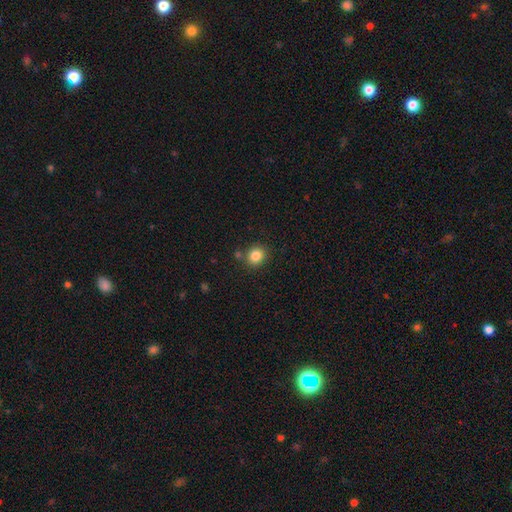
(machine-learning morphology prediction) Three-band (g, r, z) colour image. It shows a smooth galaxy with no disk features (84%) that is round (80%). Merging: none (80%).